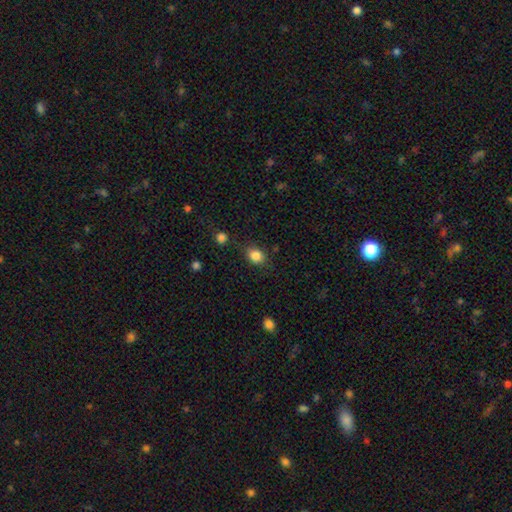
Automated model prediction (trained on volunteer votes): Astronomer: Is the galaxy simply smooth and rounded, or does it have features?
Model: smooth — 85%.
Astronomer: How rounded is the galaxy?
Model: round — 53% (runner-up: in between, 46%).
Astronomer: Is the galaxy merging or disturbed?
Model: none — 77%.